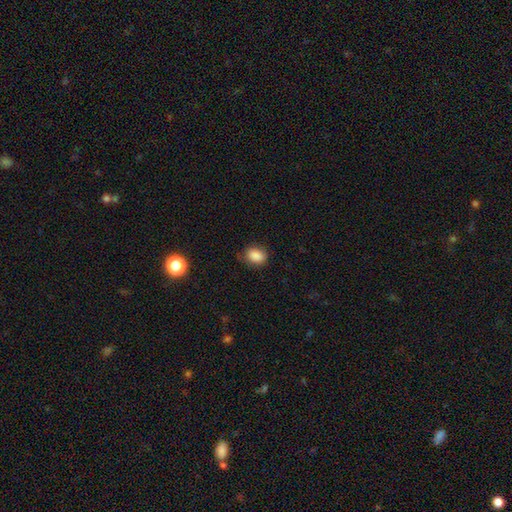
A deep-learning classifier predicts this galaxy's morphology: Smooth or featured: smooth — 87% (star or artifact — 9%)
How rounded: in between — 69% (round — 30%)
Merging: none — 72% (minor disturbance — 22%)